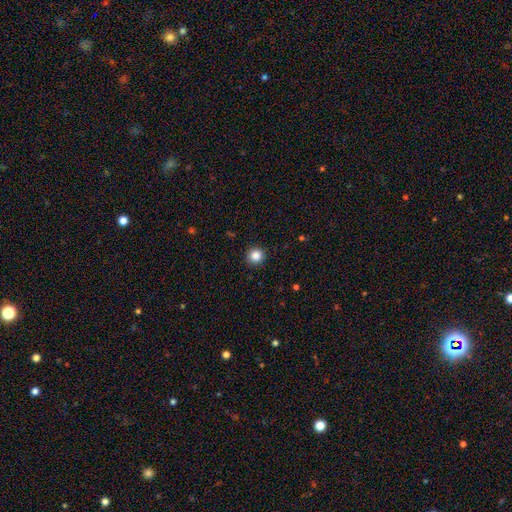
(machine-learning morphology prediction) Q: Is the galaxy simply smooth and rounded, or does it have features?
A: smooth — 86%.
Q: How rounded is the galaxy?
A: round — 94%.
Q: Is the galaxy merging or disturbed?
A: none — 92%.